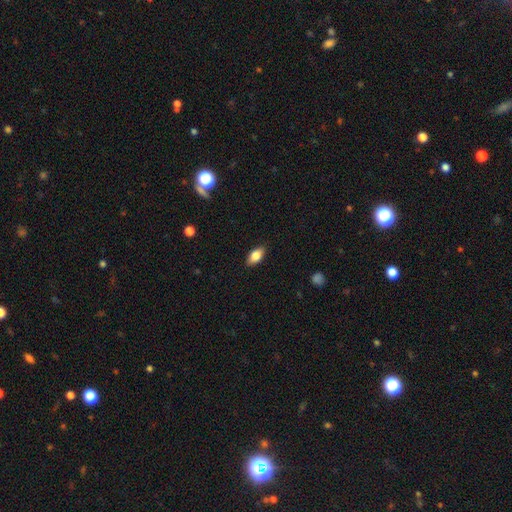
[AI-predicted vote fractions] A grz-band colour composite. It shows a smooth galaxy with no disk features (80%) that is in between round and cigar-shaped (89%). Merging: none (87%).